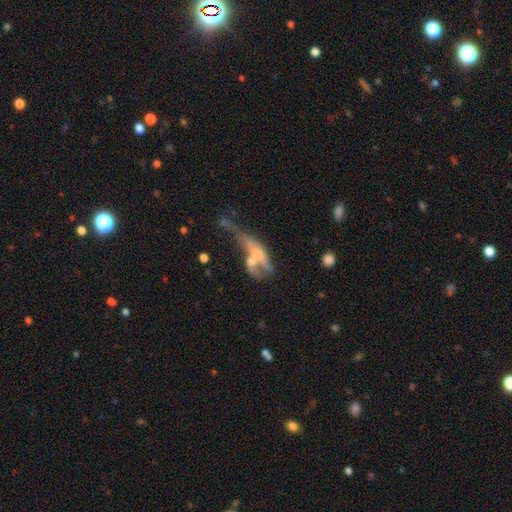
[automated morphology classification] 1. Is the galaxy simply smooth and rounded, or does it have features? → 50% featured or disk, 40% smooth, 10% star or artifact.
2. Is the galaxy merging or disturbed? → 49% merger, 26% major disturbance, 14% none, 11% minor disturbance.